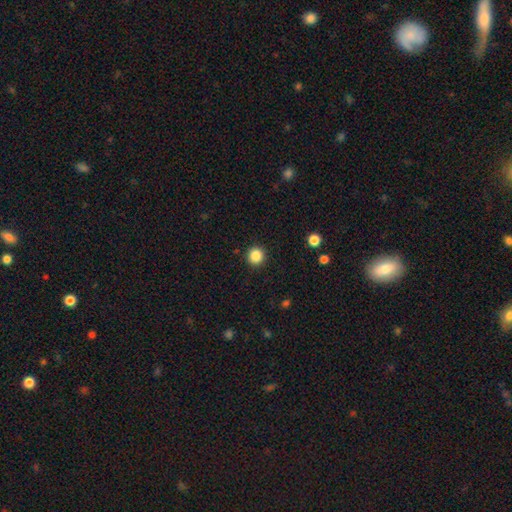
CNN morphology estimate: This appears to be a smooth galaxy with no disk features (87%) that is round (95%). Merging: none (92%).